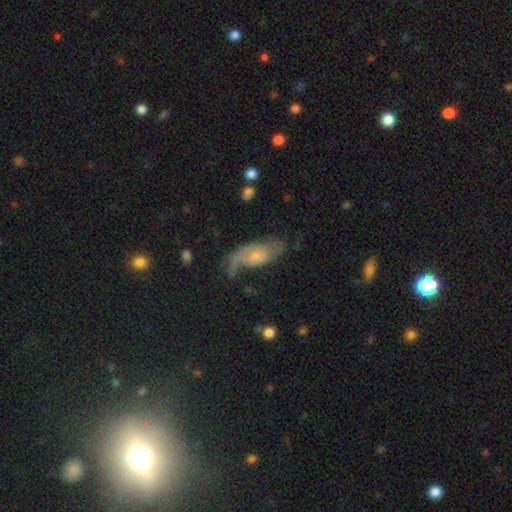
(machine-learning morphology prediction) Q: Smooth or featured?
A: featured or disk (70%); runner-up: smooth (21%)
Q: Edge-on disk?
A: no (93%); runner-up: yes (7%)
Q: Bar?
A: no (66%); runner-up: weak (29%)
Q: Spiral arms?
A: yes (89%); runner-up: no (11%)
Q: Spiral winding?
A: loose (42%); runner-up: medium (38%)
Q: Spiral arm count?
A: 2 (62%); runner-up: 1 (20%)
Q: Bulge size?
A: small (52%); runner-up: moderate (31%)
Q: Merging?
A: none (48%); runner-up: minor disturbance (25%)